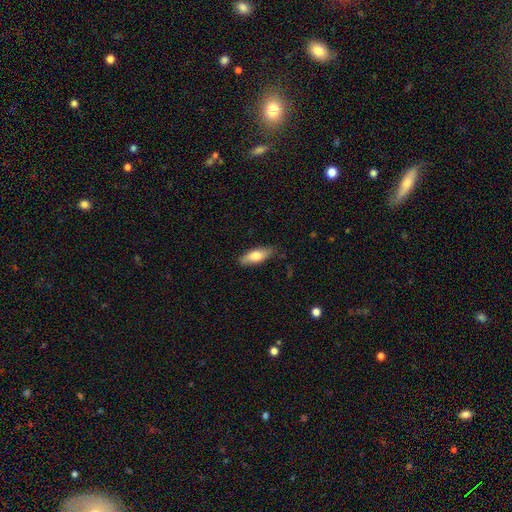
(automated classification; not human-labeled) Smooth or featured? Predicted: smooth (p=0.70). How rounded? Predicted: in between (p=0.66). Merging? Predicted: none (p=0.83).